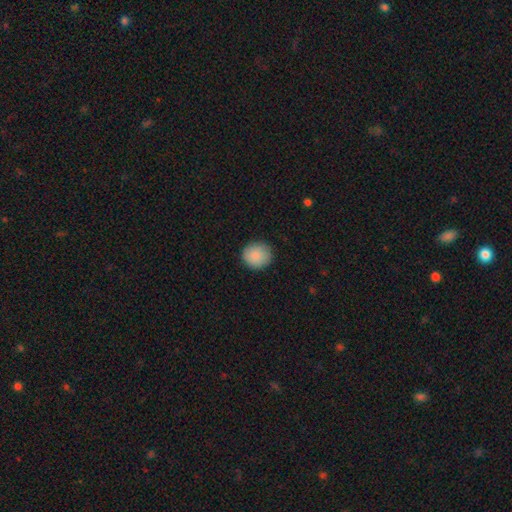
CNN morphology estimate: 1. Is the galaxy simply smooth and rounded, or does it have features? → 89% smooth, 7% star or artifact, 4% featured or disk.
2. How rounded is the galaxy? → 92% round, 7% in between, 1% cigar-shaped.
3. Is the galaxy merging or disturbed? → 89% none, 8% minor disturbance, 2% major disturbance, 1% merger.